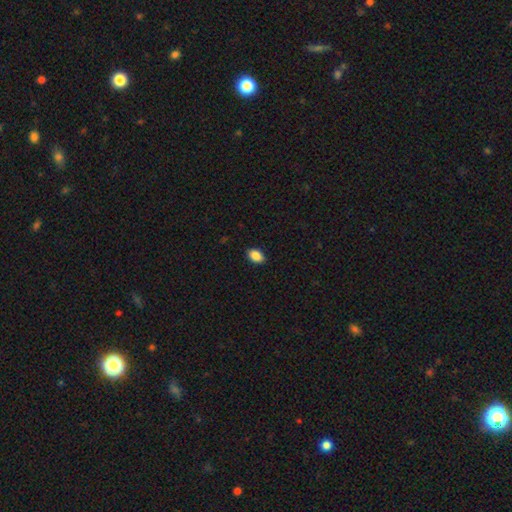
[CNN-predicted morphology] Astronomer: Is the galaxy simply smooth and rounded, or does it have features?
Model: smooth — 89%.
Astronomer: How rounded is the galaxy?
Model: in between — 87%.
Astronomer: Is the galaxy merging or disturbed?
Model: none — 90%.